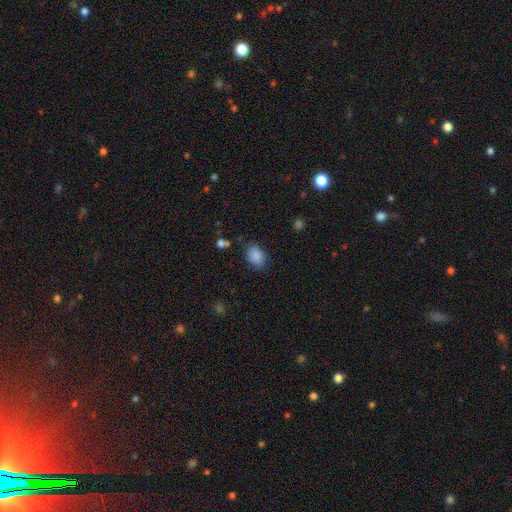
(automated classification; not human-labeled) A smooth galaxy with no disk features (86%) that is in between round and cigar-shaped (70%). Merging: none (77%).